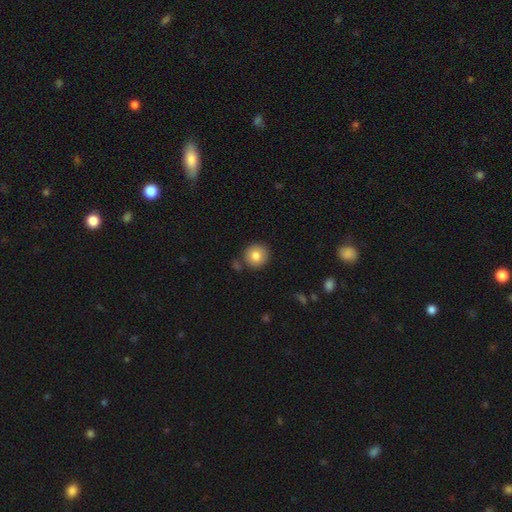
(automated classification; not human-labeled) This is clearly a smooth galaxy (83%). How rounded: clearly round (92%). Merging: clearly none (83%).